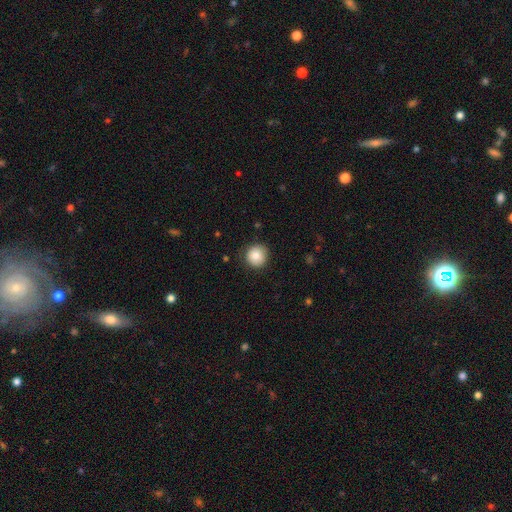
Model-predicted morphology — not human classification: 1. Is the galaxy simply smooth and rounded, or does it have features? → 83% smooth, 9% star or artifact, 9% featured or disk.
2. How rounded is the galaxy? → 93% round, 6% in between, 1% cigar-shaped.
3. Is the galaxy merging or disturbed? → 84% none, 12% minor disturbance, 3% major disturbance, 1% merger.